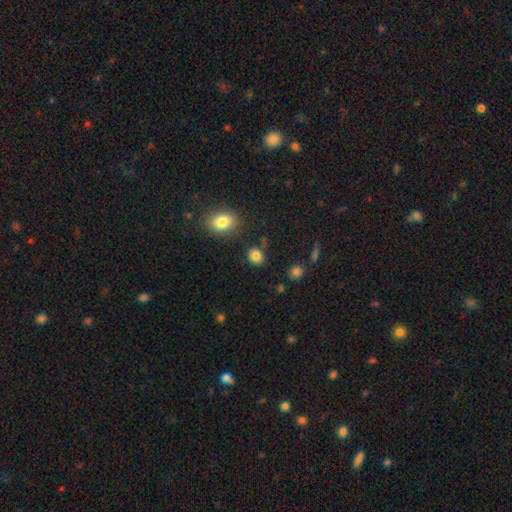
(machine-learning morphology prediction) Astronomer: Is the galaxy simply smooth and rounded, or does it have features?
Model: smooth — 85%.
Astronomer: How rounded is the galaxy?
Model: round — 62%.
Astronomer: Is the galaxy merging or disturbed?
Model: none — 79%.